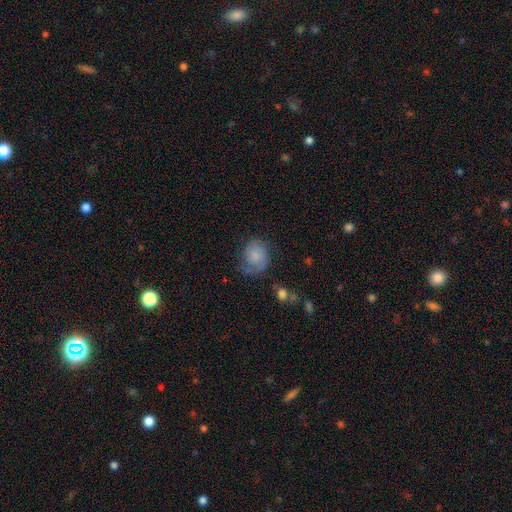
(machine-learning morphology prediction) Overall: smooth (62%; featured or disk 29%). How rounded: round (56%; in between 43%). Merging: none (52%; minor disturbance 29%).